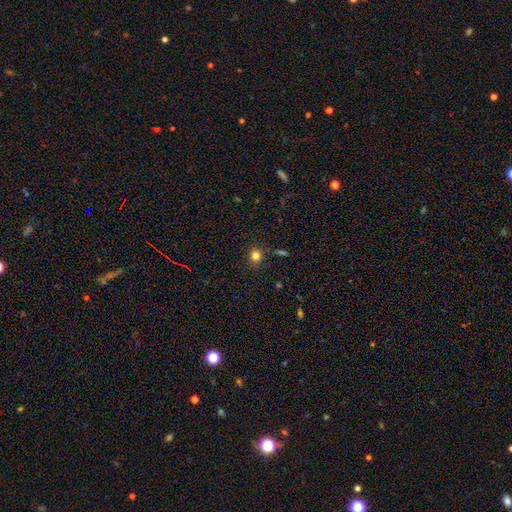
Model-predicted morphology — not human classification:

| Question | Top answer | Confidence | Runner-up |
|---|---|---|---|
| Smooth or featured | smooth | 81% | star or artifact (14%) |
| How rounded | round | 78% | in between (21%) |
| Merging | none | 84% | minor disturbance (10%) |